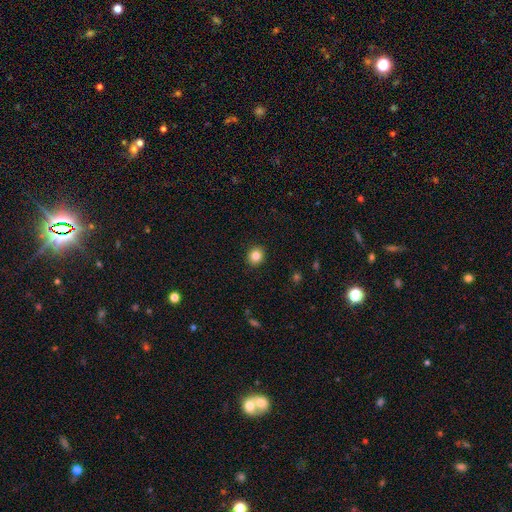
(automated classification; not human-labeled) This appears to be a smooth galaxy with no disk features (84%) that is round (79%). Merging: none (92%).